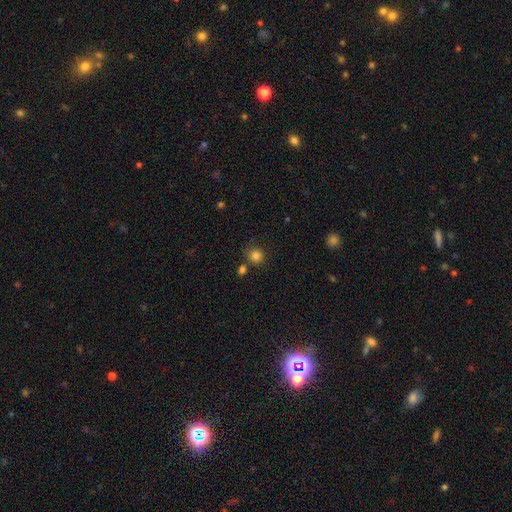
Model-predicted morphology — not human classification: The model was most divided on "merging": none: 78%, minor disturbance: 9%, merger: 9%, major disturbance: 3%. More confident: how rounded — round (90%); smooth or featured — smooth (83%).